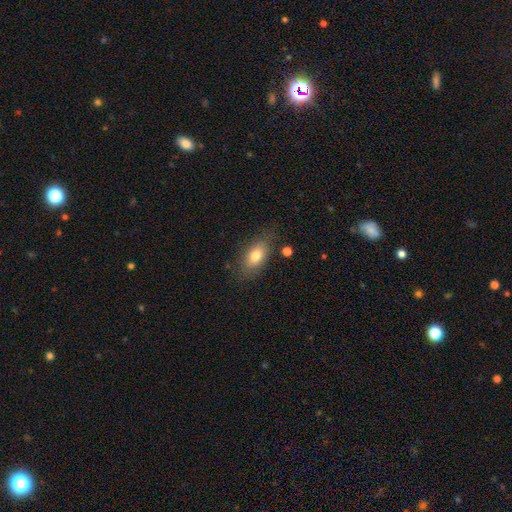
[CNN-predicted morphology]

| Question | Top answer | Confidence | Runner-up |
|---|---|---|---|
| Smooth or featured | smooth | 79% | featured or disk (13%) |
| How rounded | in between | 87% | cigar-shaped (7%) |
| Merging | none | 77% | minor disturbance (16%) |